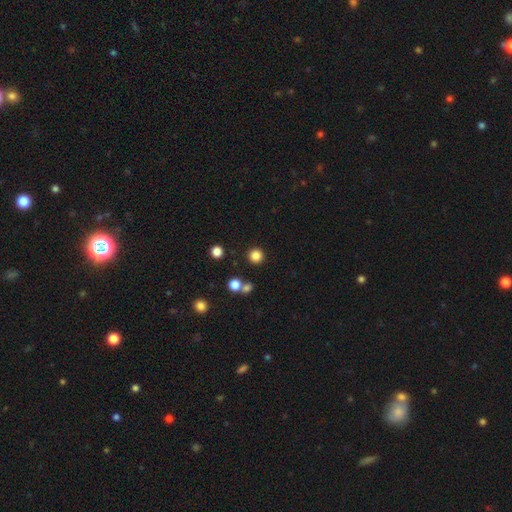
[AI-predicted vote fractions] A smooth galaxy with no disk features (83%) that is round (95%).

Vote fractions:
- Smooth or featured? smooth: 83% / star or artifact: 13% / featured or disk: 4%
- How rounded? round: 95% / in between: 4% / cigar-shaped: 1%
- Merging? none: 87% / minor disturbance: 5% / merger: 5% / major disturbance: 2%